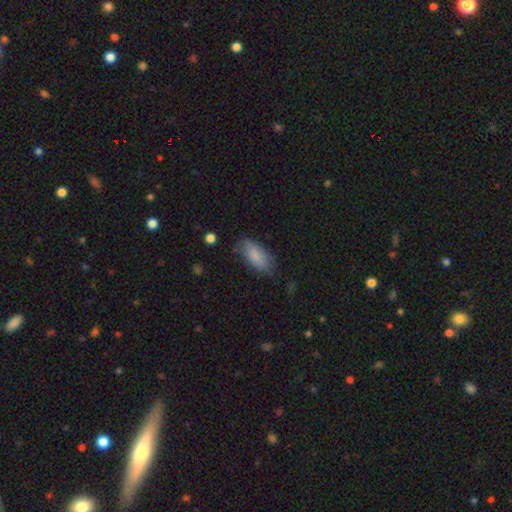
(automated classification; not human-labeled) Smooth or featured?
  - smooth: 84% *
  - featured or disk: 9%
  - star or artifact: 6%
How rounded?
  - in between: 86% *
  - cigar-shaped: 12%
  - round: 2%
Merging?
  - none: 72% *
  - minor disturbance: 21%
  - major disturbance: 5%
  - merger: 2%